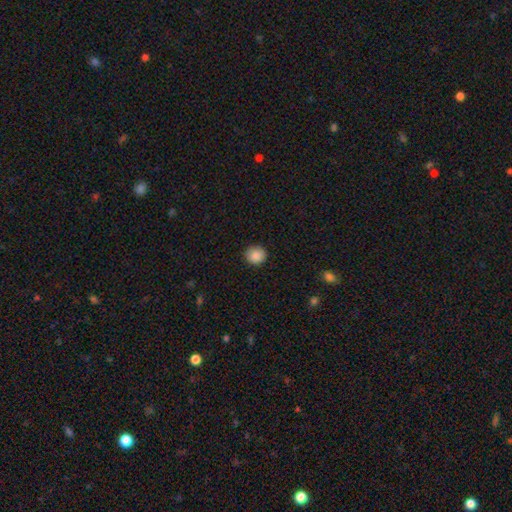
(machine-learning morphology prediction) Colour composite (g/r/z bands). It shows a smooth galaxy with no disk features (88%) that is round (84%). Merging: none (89%).